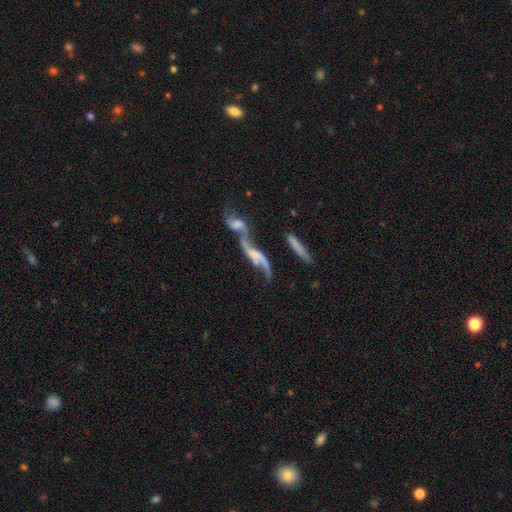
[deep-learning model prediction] Smooth or featured? featured or disk (76%)
Edge-on disk? no (83%)
Bar? no (51%)
Spiral arms? yes (85%)
Spiral winding? loose (90%)
Spiral arm count? 2 (85%)
Bulge size? none (43%)
Merging? merger (66%)